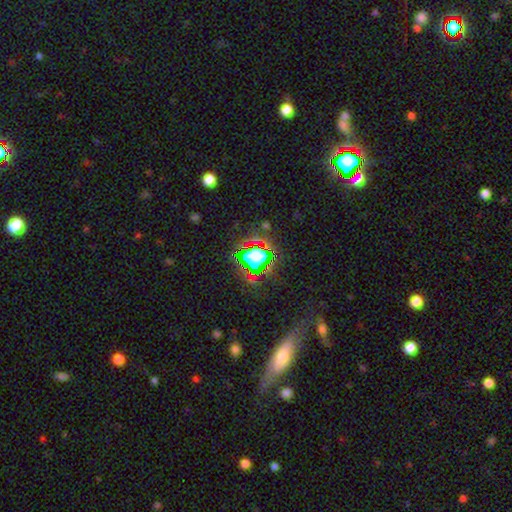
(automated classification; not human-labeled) Smooth or featured?
  - star or artifact: 61% *
  - smooth: 25%
  - featured or disk: 13%